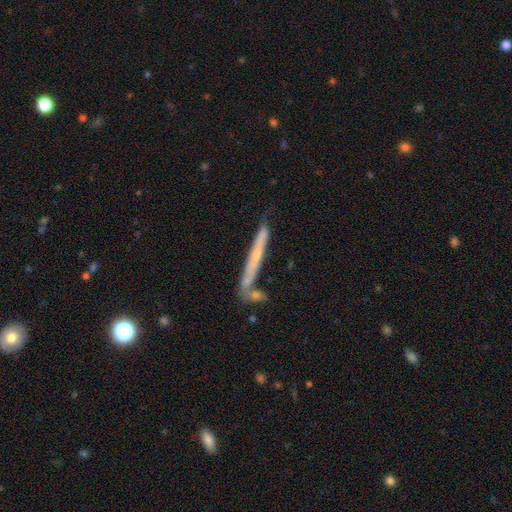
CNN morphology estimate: Smooth or featured?
  - featured or disk: 55% *
  - smooth: 38%
  - star or artifact: 7%
Edge-on disk?
  - yes: 92% *
  - no: 8%
Edge-on bulge?
  - none: 55% *
  - rounded: 41%
  - boxy: 4%
Merging?
  - none: 68% *
  - minor disturbance: 15%
  - merger: 13%
  - major disturbance: 4%